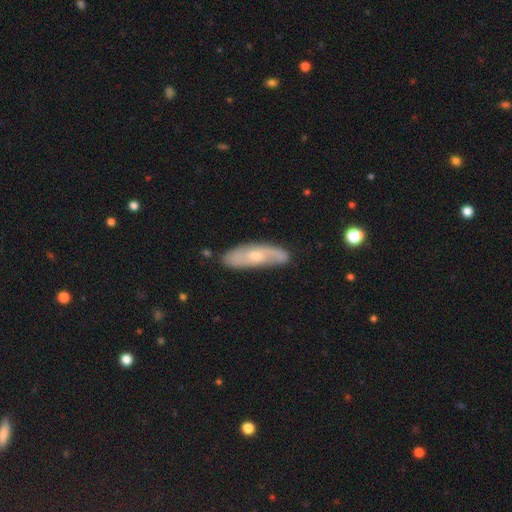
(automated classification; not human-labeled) Smooth or featured?
  - featured or disk: 60% *
  - smooth: 33%
  - star or artifact: 7%
Edge-on disk?
  - no: 77% *
  - yes: 23%
Merging?
  - none: 72% *
  - minor disturbance: 20%
  - major disturbance: 5%
  - merger: 3%